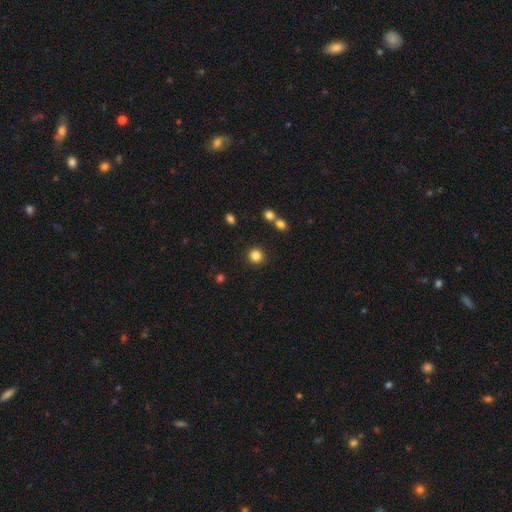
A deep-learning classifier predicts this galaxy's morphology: Overall: smooth (84%). How rounded: round (93%). Merging: none (89%).